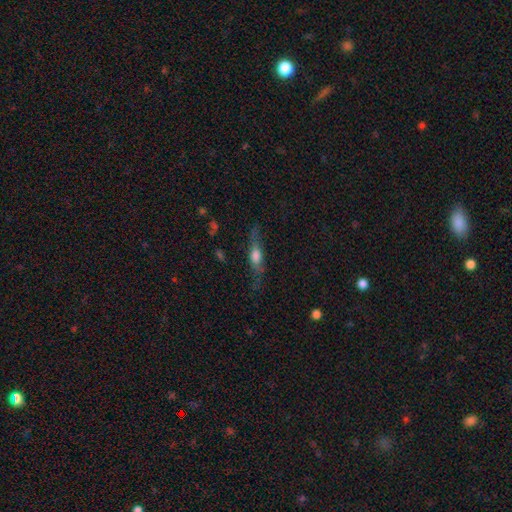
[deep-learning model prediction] Smooth or featured? Predicted: smooth (p=0.46). Merging? Predicted: none (p=0.68).